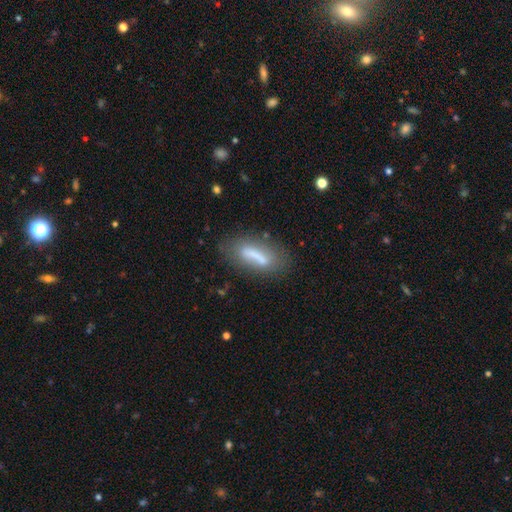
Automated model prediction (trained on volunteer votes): smooth_or_featured: smooth (p=0.59) [alt: featured or disk p=0.32]
how_rounded: in between (p=0.51) [alt: cigar-shaped p=0.46]
merging: none (p=0.61) [alt: minor disturbance p=0.21]